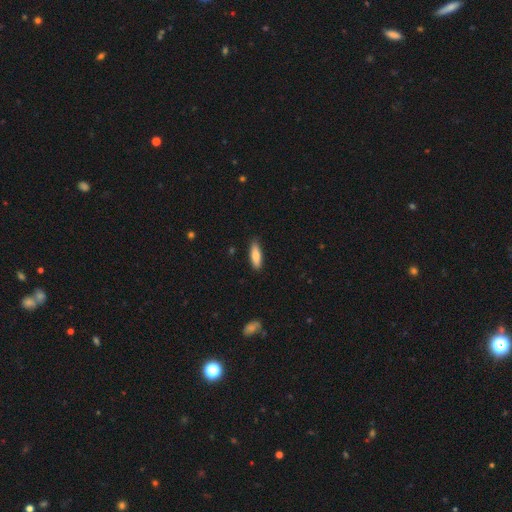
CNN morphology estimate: A smooth galaxy with no disk features (78%) that is cigar-shaped (50%). Merging: none (86%).